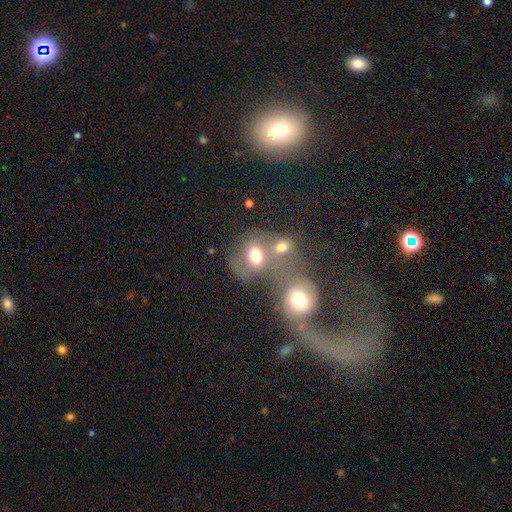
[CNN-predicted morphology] smooth-or-featured: smooth: 68% | featured or disk: 17% | star or artifact: 15%
  how-rounded: round: 53% | in between: 45% | cigar-shaped: 1%
  merging: merger: 53% | none: 30% | minor disturbance: 9% | major disturbance: 8%